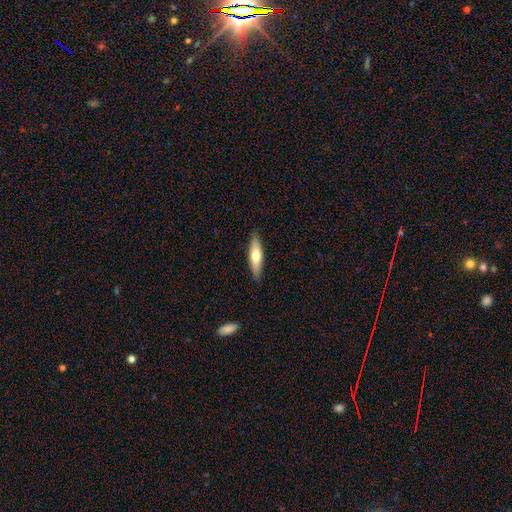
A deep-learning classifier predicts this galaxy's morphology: Overall: smooth (61%; featured or disk 34%). How rounded: cigar-shaped (69%). Merging: none (88%).